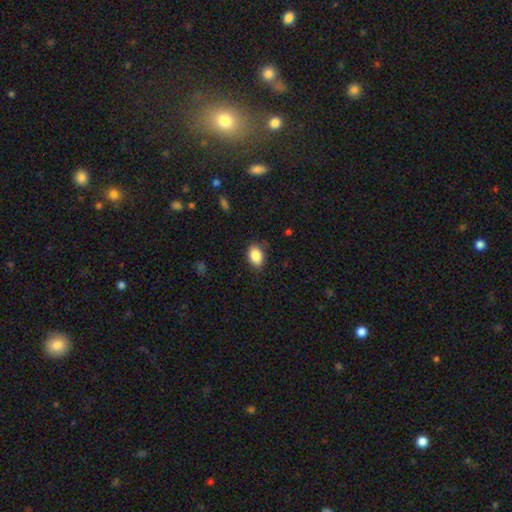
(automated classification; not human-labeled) A smooth galaxy with no disk features (87%) that is in between round and cigar-shaped (76%). Merging: none (80%).